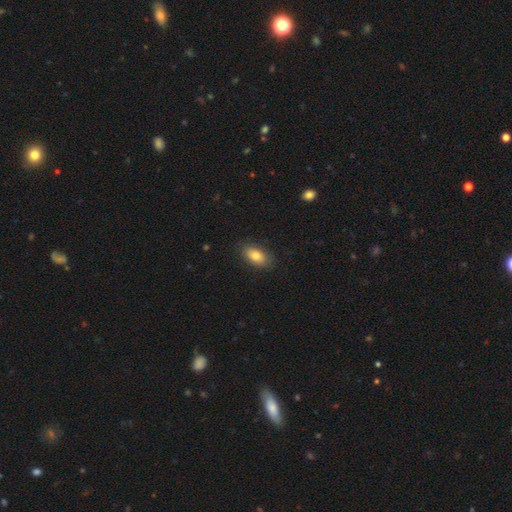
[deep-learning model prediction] Smooth or featured: smooth — 82% (featured or disk — 11%)
How rounded: in between — 91% (round — 6%)
Merging: none — 85% (minor disturbance — 11%)